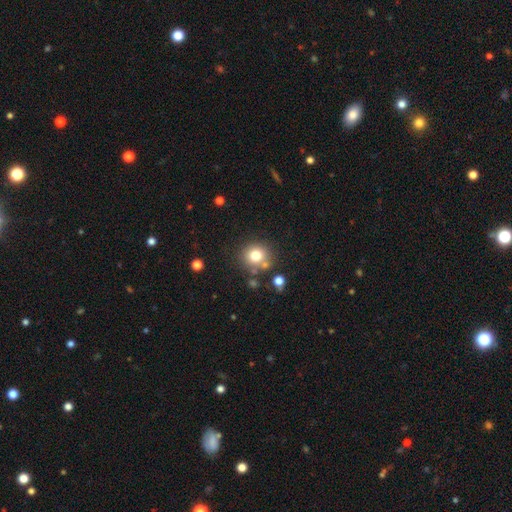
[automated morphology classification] type=smooth (76%); roundness=round (88%); merging=none (74%).